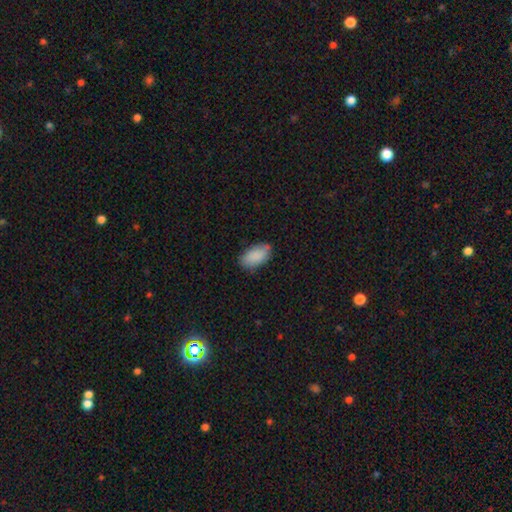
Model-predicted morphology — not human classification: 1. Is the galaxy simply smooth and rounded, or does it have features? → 88% smooth, 6% star or artifact, 6% featured or disk.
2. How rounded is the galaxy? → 94% in between, 3% round, 3% cigar-shaped.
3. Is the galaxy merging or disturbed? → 77% none, 19% minor disturbance, 3% major disturbance, 1% merger.